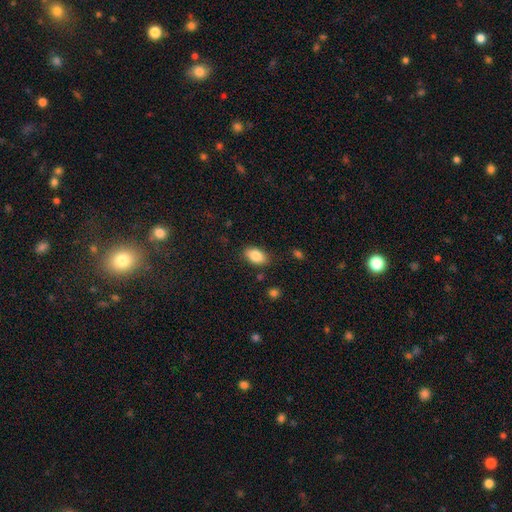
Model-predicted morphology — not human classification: The model was most divided on "merging": none: 84%, minor disturbance: 12%, major disturbance: 3%, merger: 2%. More confident: how rounded — in between (91%); smooth or featured — smooth (86%).